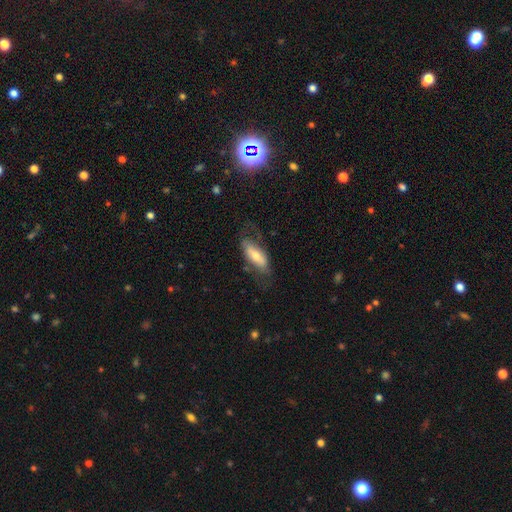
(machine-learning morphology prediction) featured or disk 47%, smooth 43%, star or artifact 10%. Down the decision tree: merging — none (59%).